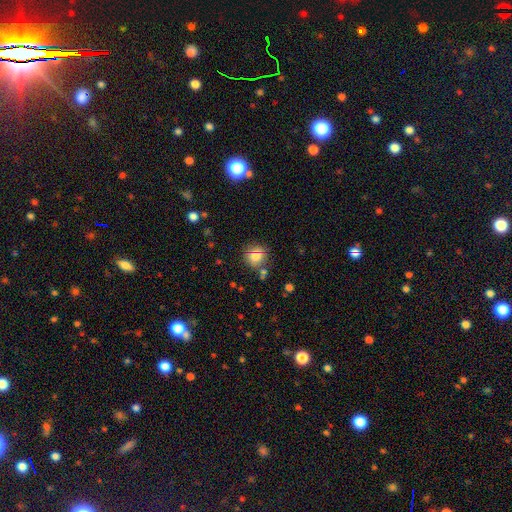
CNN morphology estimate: A smooth galaxy with no disk features (76%) that is round (82%). Merging: none (71%).